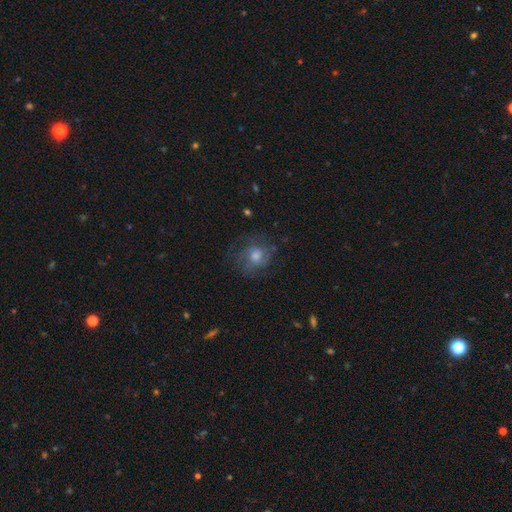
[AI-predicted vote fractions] Morphology: type=featured or disk (47%); merging=none (67%).